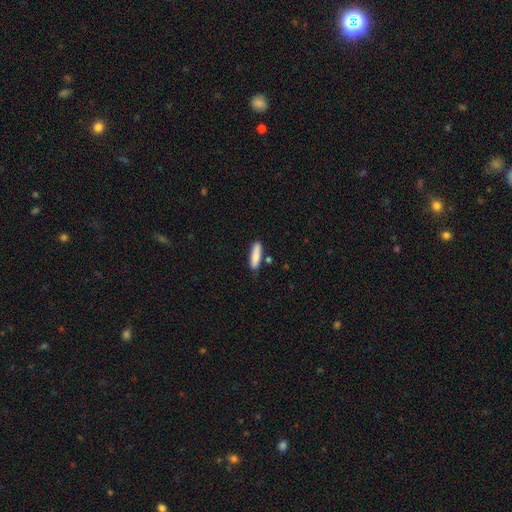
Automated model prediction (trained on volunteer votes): Smooth or featured? smooth (83%)
How rounded? cigar-shaped (70%)
Merging? none (80%)